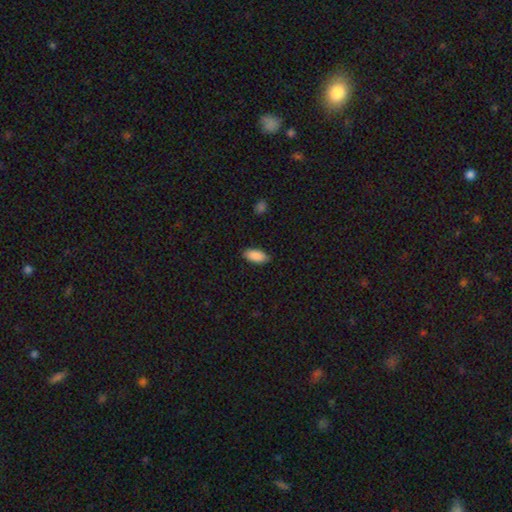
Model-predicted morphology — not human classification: smooth 90%, star or artifact 6%, featured or disk 4%. Down the decision tree: how rounded — in between (91%); merging — none (85%).